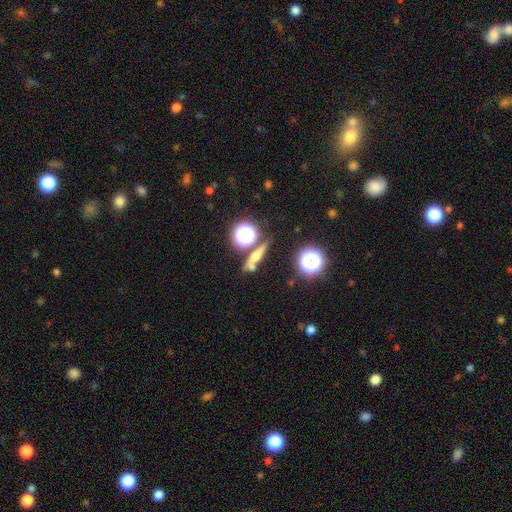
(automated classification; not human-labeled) Smooth or featured? Predicted: smooth (p=0.44). Merging? Predicted: none (p=0.71).